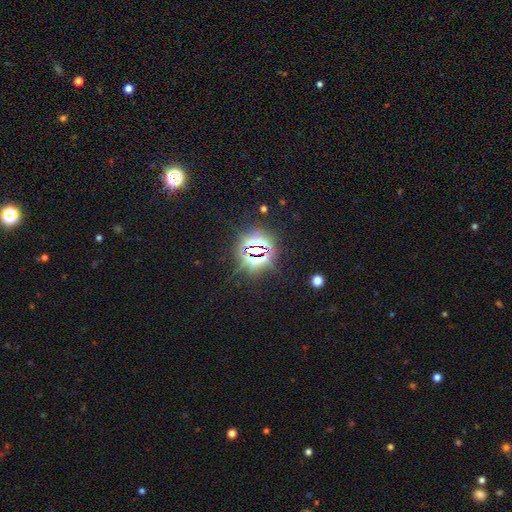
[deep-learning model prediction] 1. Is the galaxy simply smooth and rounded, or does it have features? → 81% star or artifact, 11% smooth, 8% featured or disk.